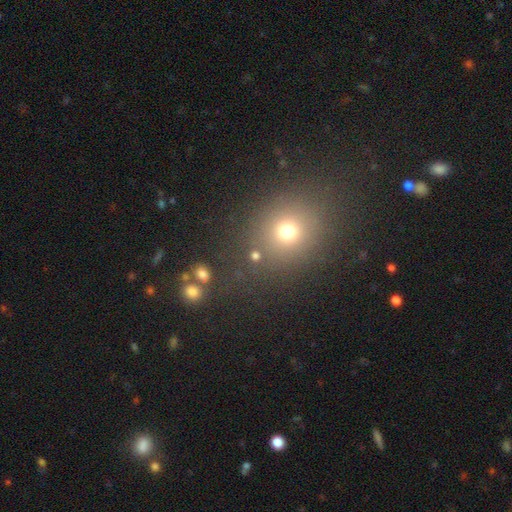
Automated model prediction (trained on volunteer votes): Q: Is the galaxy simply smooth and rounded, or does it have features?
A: smooth — 70%.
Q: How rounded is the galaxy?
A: round — 85%.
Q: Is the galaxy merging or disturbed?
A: none — 78%.